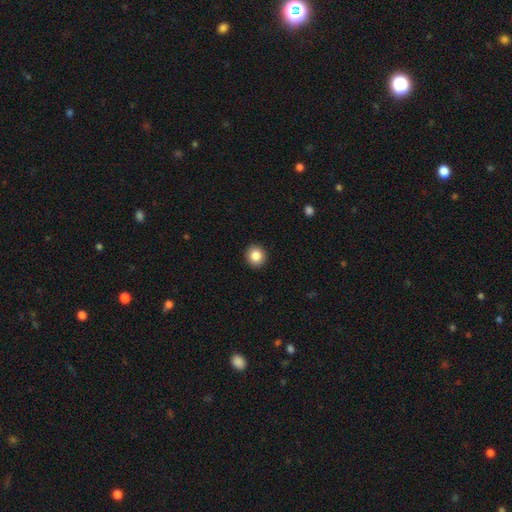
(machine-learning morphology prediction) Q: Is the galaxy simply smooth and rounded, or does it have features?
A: smooth — 85%.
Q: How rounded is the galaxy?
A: round — 91%.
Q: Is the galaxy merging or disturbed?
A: none — 92%.